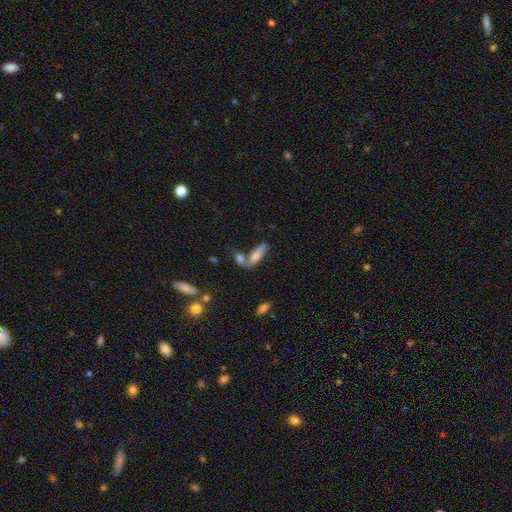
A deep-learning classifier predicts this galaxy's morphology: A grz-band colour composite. It shows a smooth galaxy with no disk features (62%) that is cigar-shaped (50%). Merging: none (41%).